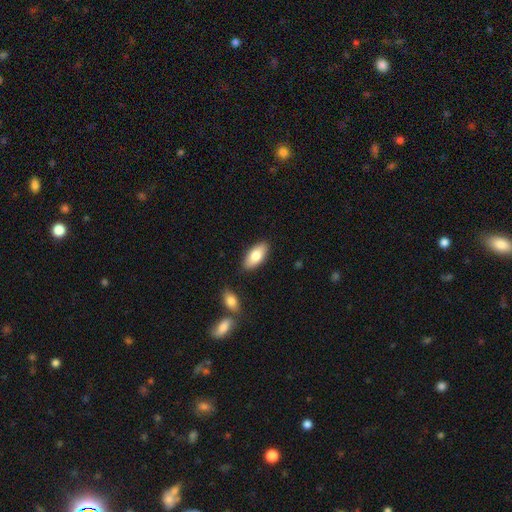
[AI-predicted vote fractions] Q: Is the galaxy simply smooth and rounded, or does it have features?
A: smooth — 81%.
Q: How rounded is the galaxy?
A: in between — 89%.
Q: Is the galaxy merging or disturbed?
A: none — 86%.